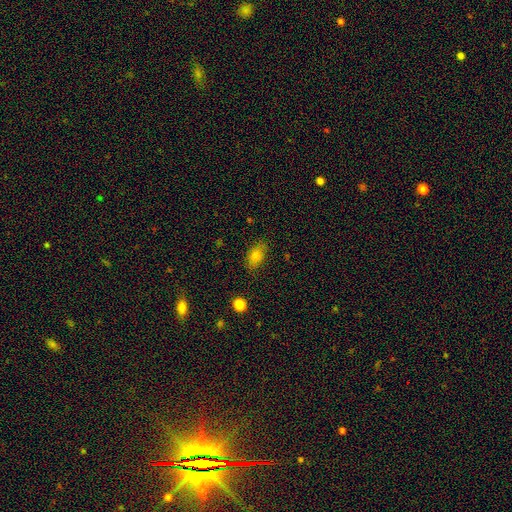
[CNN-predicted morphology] A smooth galaxy with no disk features (80%) that is in between round and cigar-shaped (85%). Merging: none (82%).